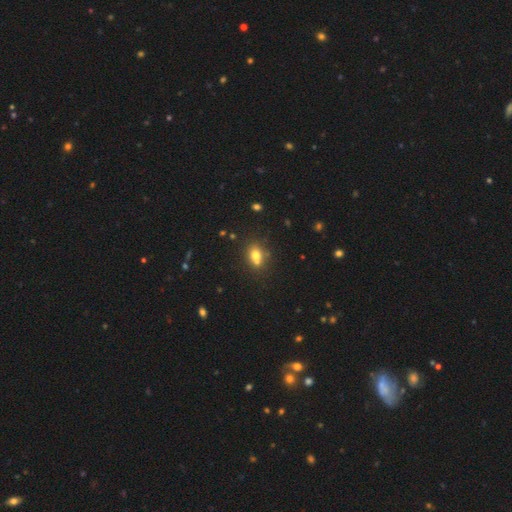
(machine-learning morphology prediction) type=smooth (72%); roundness=in between (56%); merging=none (51%).